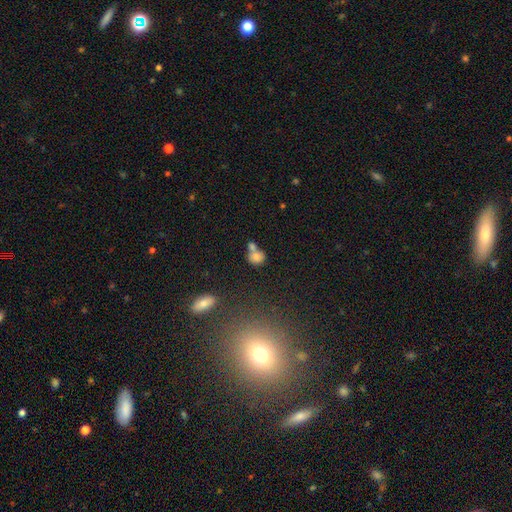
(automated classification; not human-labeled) smooth_or_featured: smooth (p=0.76) [alt: featured or disk p=0.12]
how_rounded: round (p=0.68) [alt: in between p=0.30]
merging: merger (p=0.51) [alt: none p=0.35]